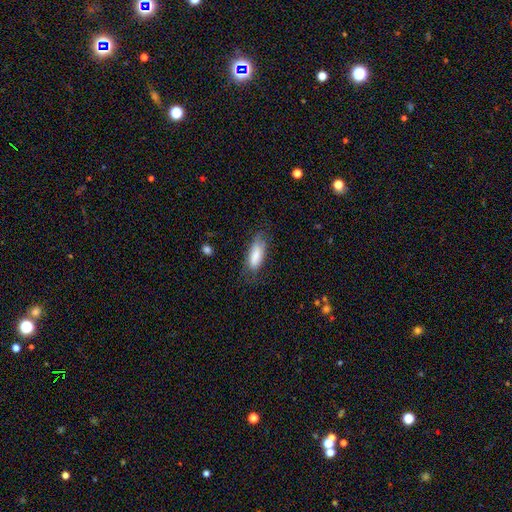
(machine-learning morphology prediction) smooth-or-featured: smooth: 79% | featured or disk: 15% | star or artifact: 6%
  how-rounded: in between: 75% | cigar-shaped: 23% | round: 2%
  merging: none: 64% | minor disturbance: 25% | major disturbance: 10% | merger: 2%